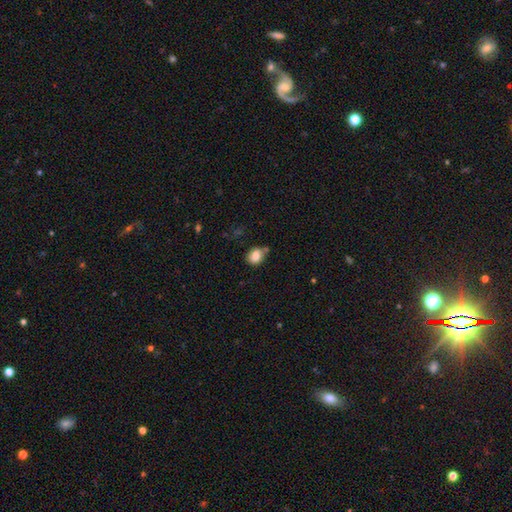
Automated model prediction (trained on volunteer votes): Smooth or featured: smooth — 81% (featured or disk — 10%)
How rounded: round — 53% (in between — 46%)
Merging: none — 61% (minor disturbance — 21%)